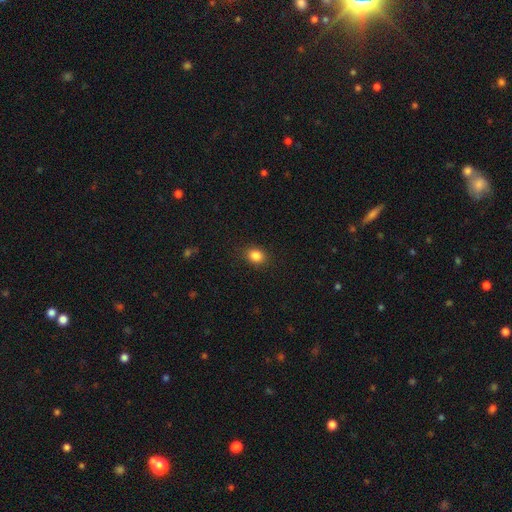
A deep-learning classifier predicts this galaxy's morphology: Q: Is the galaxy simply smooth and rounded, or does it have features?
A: smooth — 85%.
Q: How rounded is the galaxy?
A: round — 51%.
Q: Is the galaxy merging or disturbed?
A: none — 88%.